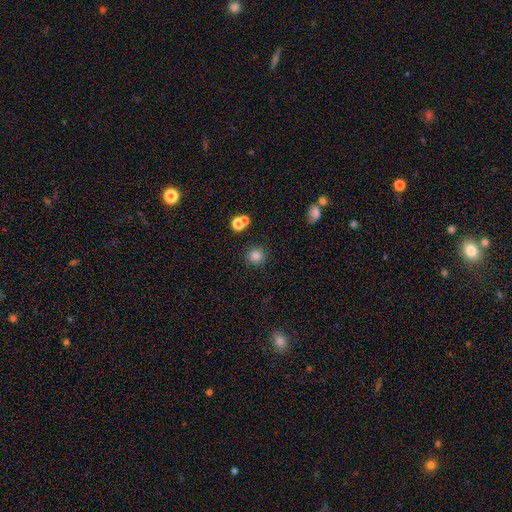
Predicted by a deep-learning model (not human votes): A smooth galaxy with no disk features (82%) that is round (94%).

Vote fractions:
- Smooth or featured? smooth: 82% / star or artifact: 13% / featured or disk: 5%
- How rounded? round: 94% / in between: 5% / cigar-shaped: 1%
- Merging? none: 84% / minor disturbance: 7% / merger: 6% / major disturbance: 3%